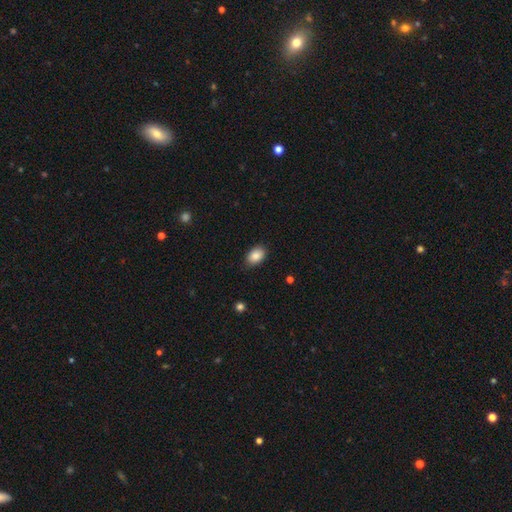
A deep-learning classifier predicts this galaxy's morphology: A smooth galaxy with no disk features (88%) that is in between round and cigar-shaped (85%). Merging: none (85%).